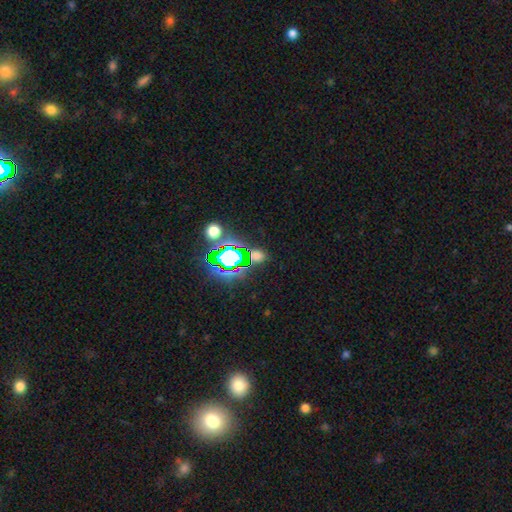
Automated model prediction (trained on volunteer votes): Smooth or featured: star or artifact — 54% (smooth — 36%)